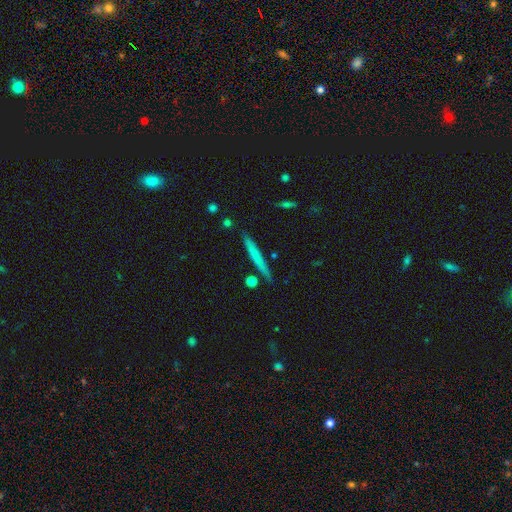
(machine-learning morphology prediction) This appears to be a smooth galaxy with no disk features (62%) that is cigar-shaped (96%). Merging: none (87%).